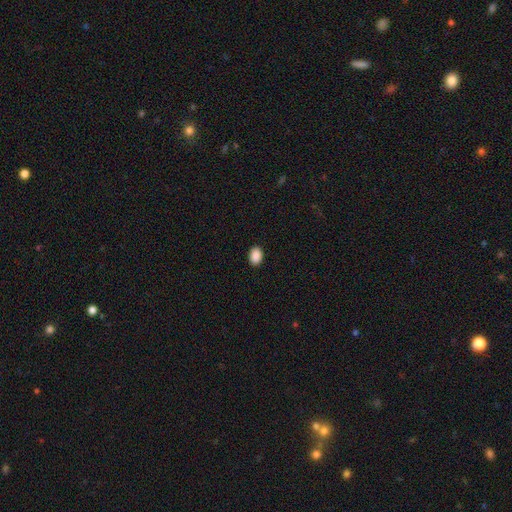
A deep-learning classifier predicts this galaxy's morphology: This is clearly a smooth galaxy (90%). How rounded: likely in between (79%). Merging: clearly none (90%).